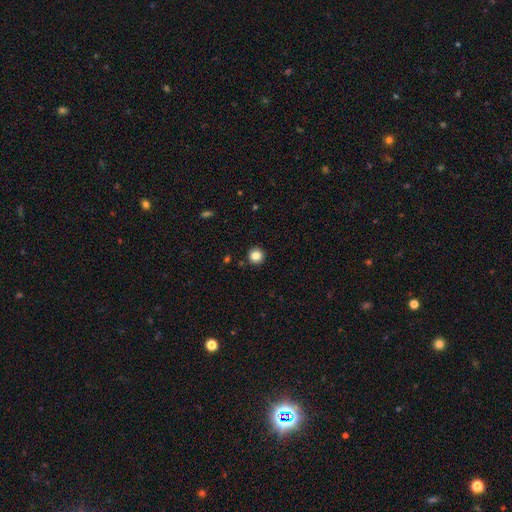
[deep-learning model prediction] This appears to be a smooth galaxy with no disk features (84%) that is round (95%). Merging: none (92%).